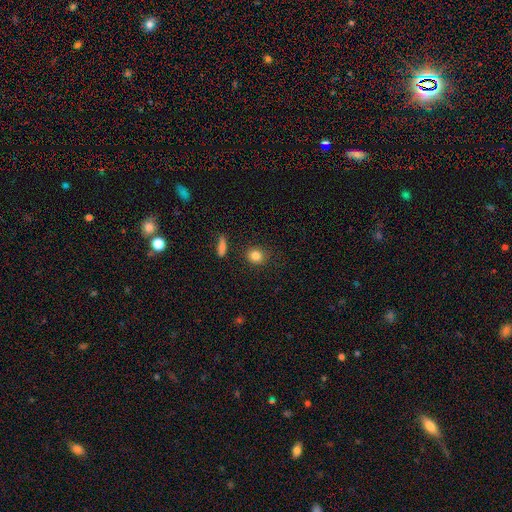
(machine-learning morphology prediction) The model was most divided on "how rounded": round: 81%, in between: 17%, cigar-shaped: 2%. More confident: merging — none (87%); smooth or featured — smooth (83%).